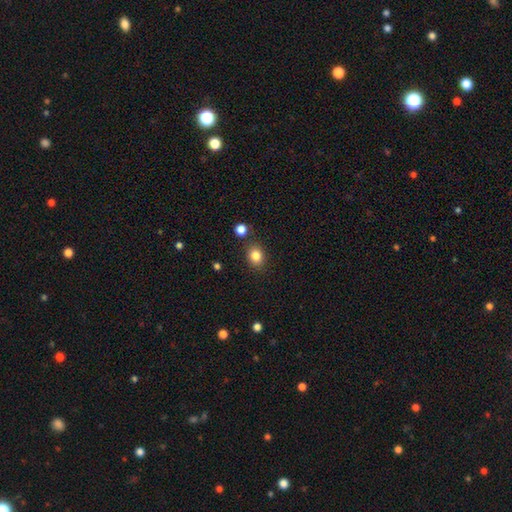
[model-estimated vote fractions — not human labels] Overall: smooth (84%). How rounded: round (56%; in between 43%). Merging: none (83%).